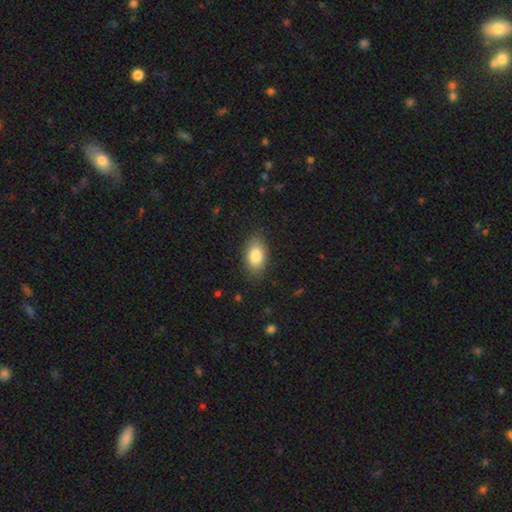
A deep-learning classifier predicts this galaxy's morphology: smooth_or_featured: smooth (p=0.83) [alt: featured or disk p=0.09]
how_rounded: in between (p=0.92) [alt: round p=0.06]
merging: none (p=0.84) [alt: minor disturbance p=0.12]